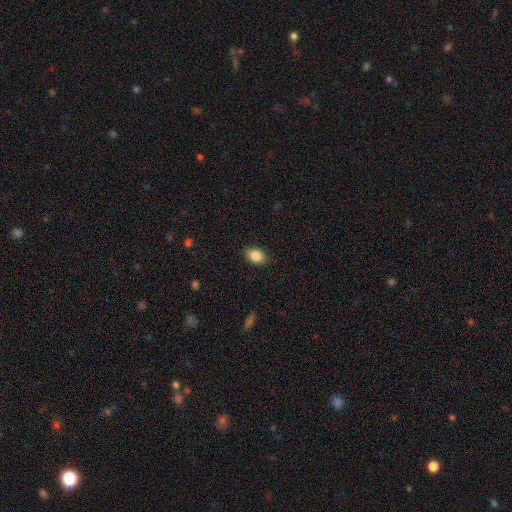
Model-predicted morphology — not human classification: A smooth galaxy with no disk features (86%) that is in between round and cigar-shaped (80%). Merging: none (88%).